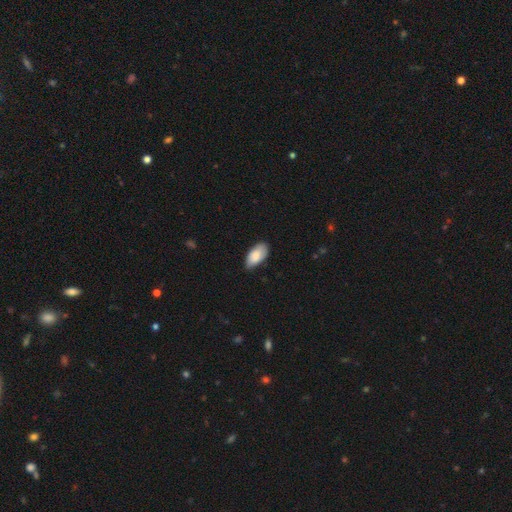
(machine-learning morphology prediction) type=smooth (84%); roundness=in between (95%); merging=none (73%).